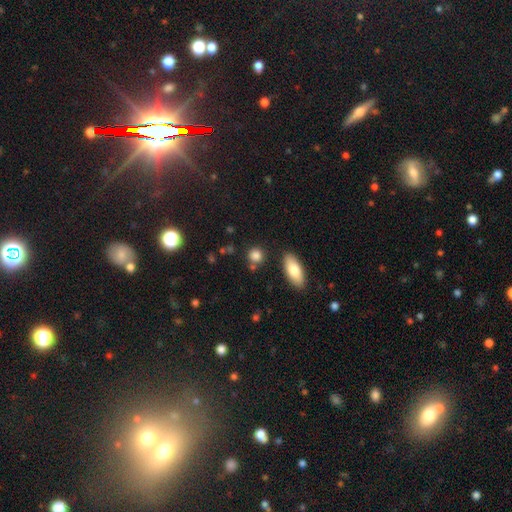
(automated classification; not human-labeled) Q: Smooth or featured?
A: smooth (84%); runner-up: star or artifact (10%)
Q: How rounded?
A: round (79%); runner-up: in between (18%)
Q: Merging?
A: none (78%); runner-up: minor disturbance (10%)